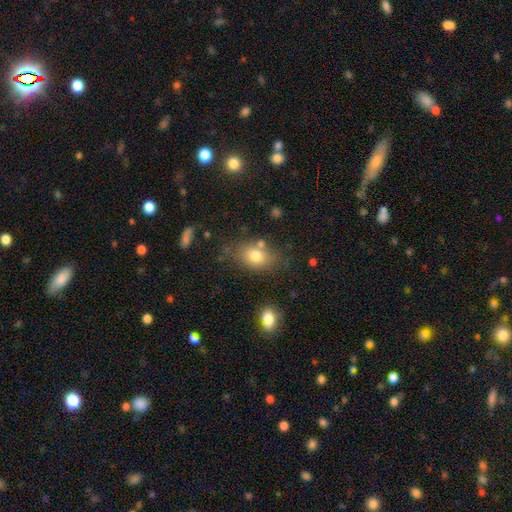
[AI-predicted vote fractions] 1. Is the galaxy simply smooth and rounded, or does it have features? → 77% smooth, 13% featured or disk, 10% star or artifact.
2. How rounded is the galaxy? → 76% in between, 22% round, 2% cigar-shaped.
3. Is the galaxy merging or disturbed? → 69% none, 16% minor disturbance, 10% merger, 5% major disturbance.